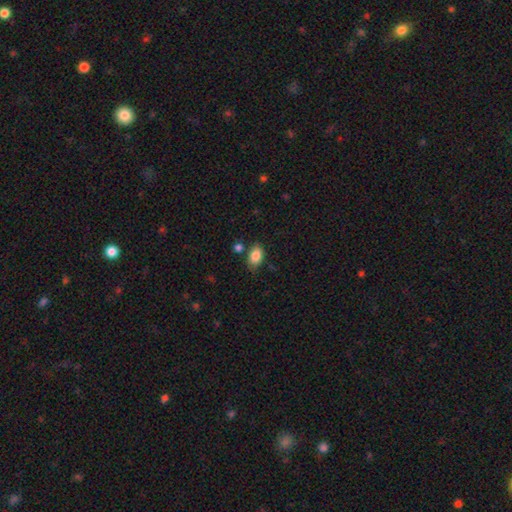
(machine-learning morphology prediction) This is clearly a smooth galaxy (86%). How rounded: clearly in between (87%). Merging: likely none (75%).